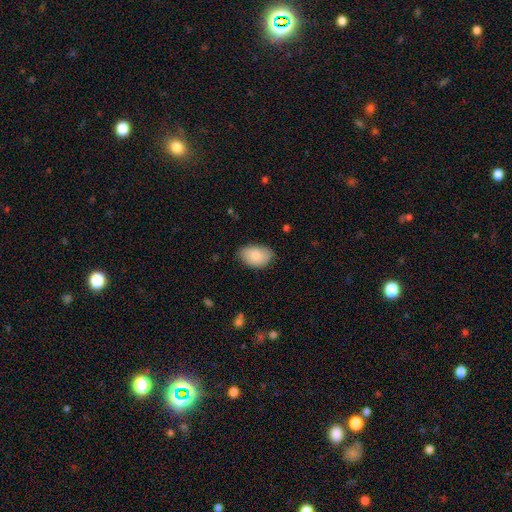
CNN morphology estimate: Smooth or featured? Predicted: smooth (p=0.85). How rounded? Predicted: in between (p=0.88). Merging? Predicted: none (p=0.76).